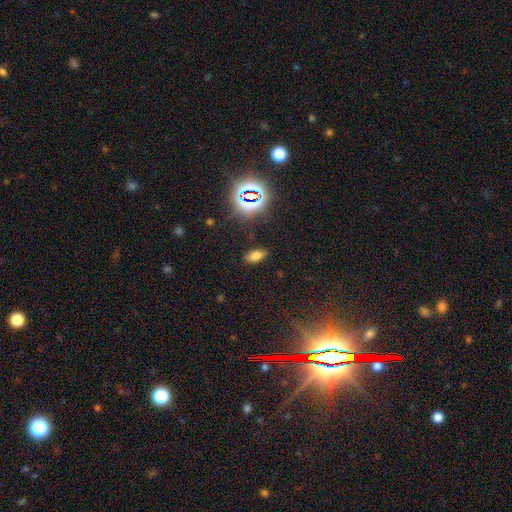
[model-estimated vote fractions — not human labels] This appears to be a smooth galaxy with no disk features (68%) that is in between round and cigar-shaped (88%). Merging: none (86%).